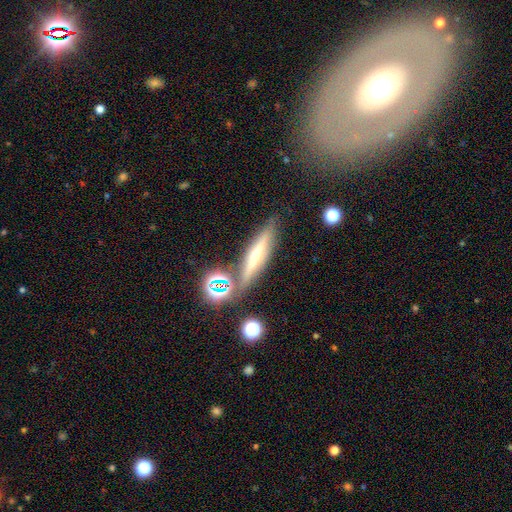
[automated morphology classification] Overall: featured or disk (57%; smooth 30%). Edge-on disk: yes (91%). Edge-on bulge: rounded (71%). Merging: none (76%).